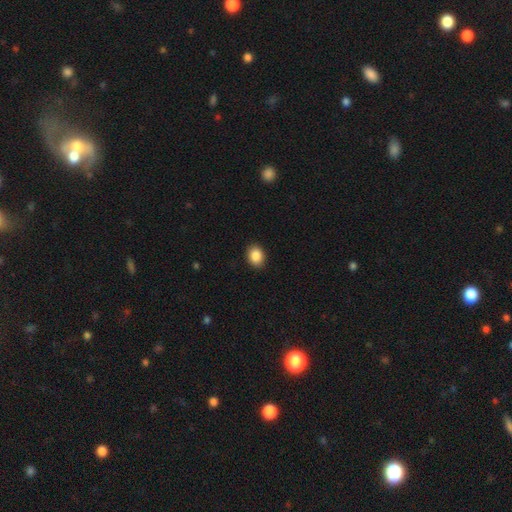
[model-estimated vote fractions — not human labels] Smooth or featured: smooth — 88% (star or artifact — 8%)
How rounded: in between — 61% (round — 38%)
Merging: none — 90% (minor disturbance — 7%)